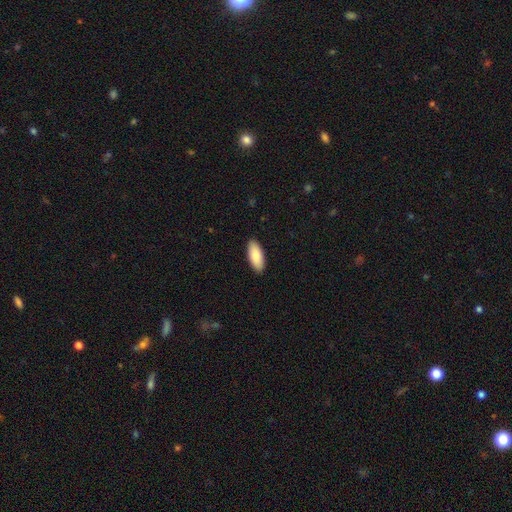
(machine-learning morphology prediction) Overall: smooth (86%). How rounded: in between (86%). Merging: none (91%).